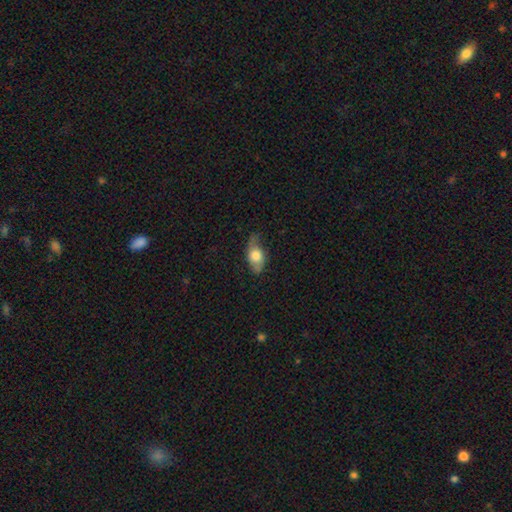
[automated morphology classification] A smooth galaxy with no disk features (65%) that is in between round and cigar-shaped (84%). Merging: none (54%).